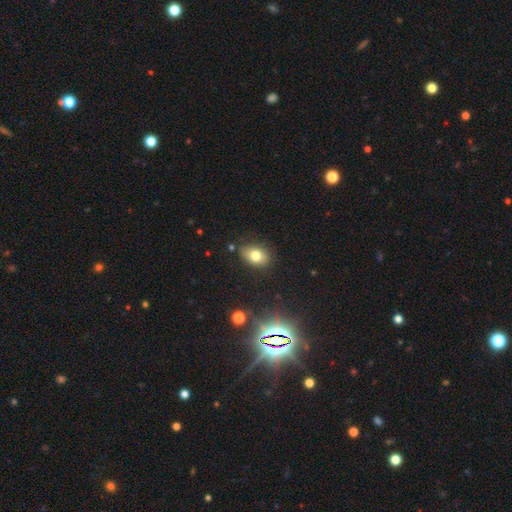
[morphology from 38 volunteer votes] This is clearly a smooth galaxy (87%). How rounded: clearly in between (94%). Merging: clearly none (81%).